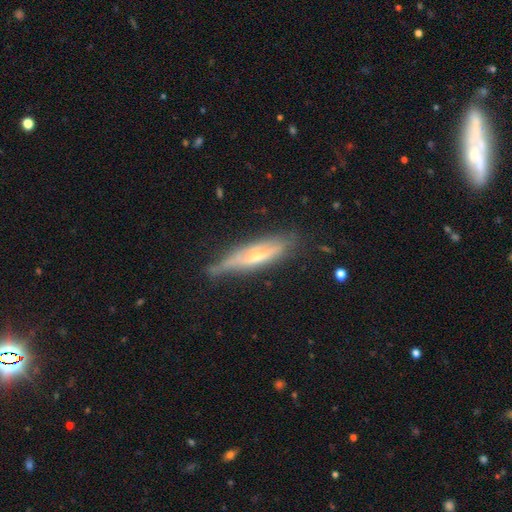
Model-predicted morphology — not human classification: smooth-or-featured: featured or disk: 65% | smooth: 28% | star or artifact: 7%
  disk-edge-on: yes: 84% | no: 16%
    edge-on-bulge: rounded: 66% | none: 22% | boxy: 12%
  merging: none: 63% | minor disturbance: 27% | major disturbance: 7% | merger: 3%